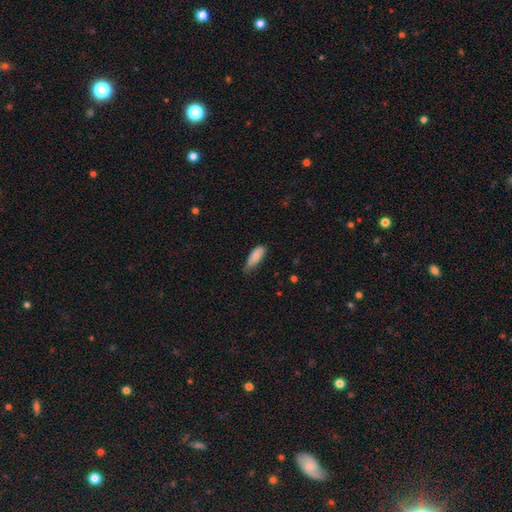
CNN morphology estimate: Smooth or featured? smooth (84%)
How rounded? in between (77%)
Merging? none (48%)